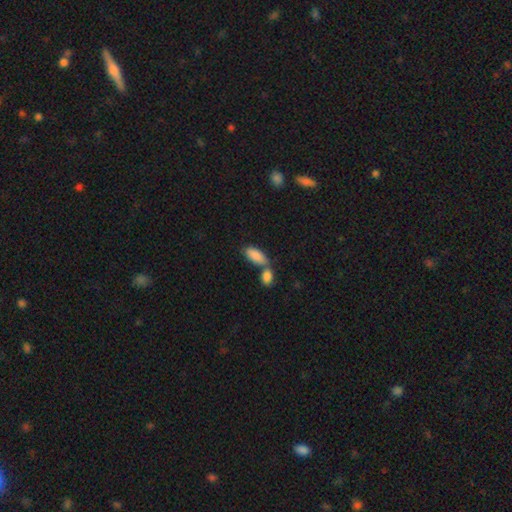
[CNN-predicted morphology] A smooth galaxy with no disk features (87%) that is in between round and cigar-shaped (88%).

Vote fractions:
- Smooth or featured? smooth: 87% / featured or disk: 7% / star or artifact: 6%
- How rounded? in between: 88% / cigar-shaped: 10% / round: 2%
- Merging? merger: 46% / none: 40% / minor disturbance: 10% / major disturbance: 4%